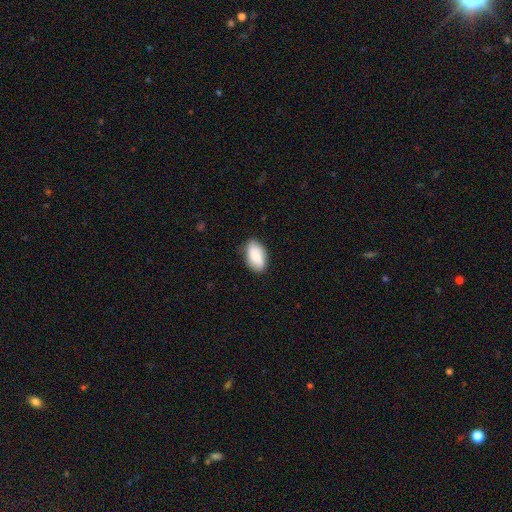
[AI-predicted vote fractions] This appears to be a smooth galaxy with no disk features (80%) that is in between round and cigar-shaped (93%). Merging: none (81%).